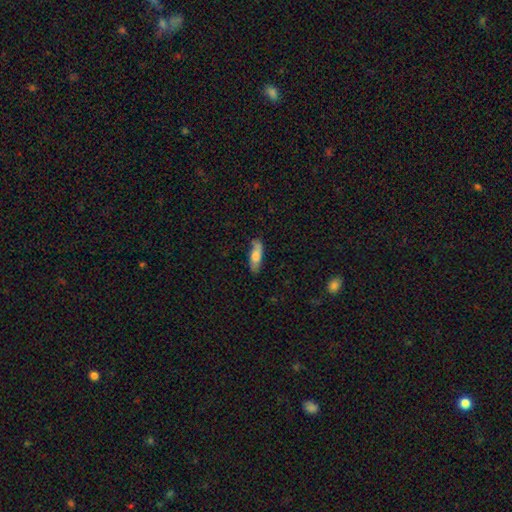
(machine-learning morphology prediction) A smooth galaxy with no disk features (73%) that is in between round and cigar-shaped (52%).

Vote fractions:
- Smooth or featured? smooth: 73% / featured or disk: 21% / star or artifact: 6%
- How rounded? in between: 52% / cigar-shaped: 46% / round: 2%
- Merging? none: 75% / minor disturbance: 19% / major disturbance: 4% / merger: 2%